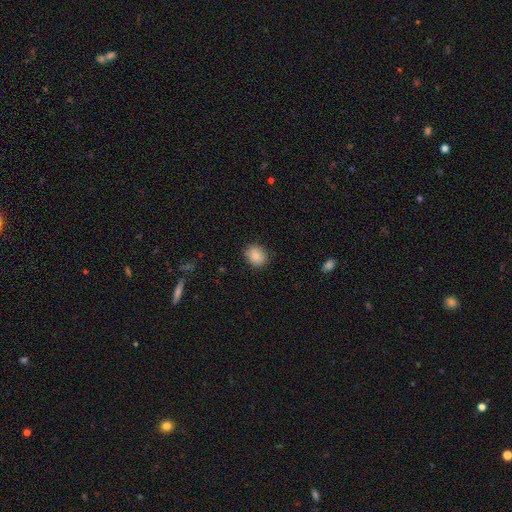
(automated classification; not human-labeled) Overall: smooth (86%). How rounded: round (58%; in between 41%). Merging: none (86%).